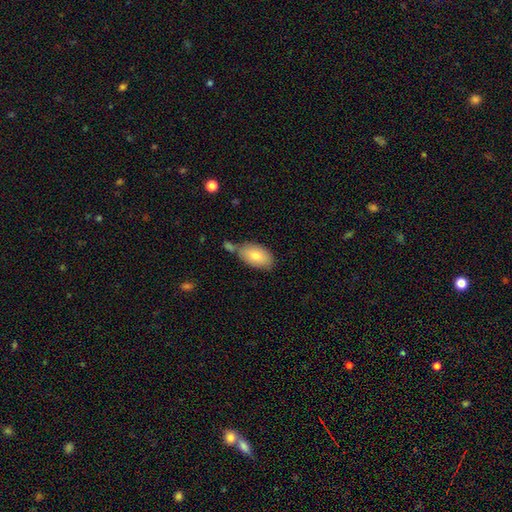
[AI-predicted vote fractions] smooth-or-featured: smooth: 77% | featured or disk: 16% | star or artifact: 7%
  how-rounded: in between: 92% | round: 6% | cigar-shaped: 2%
  merging: none: 61% | minor disturbance: 18% | merger: 16% | major disturbance: 5%